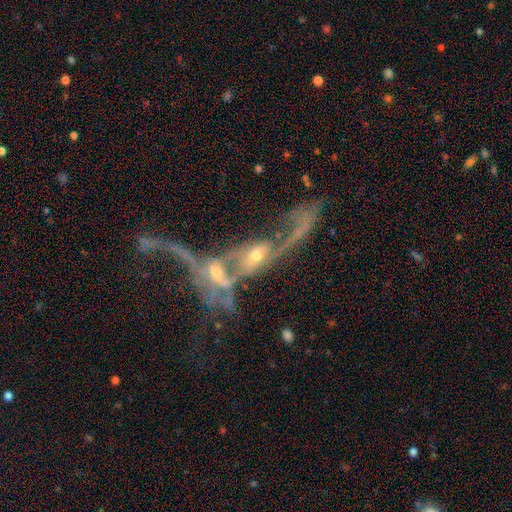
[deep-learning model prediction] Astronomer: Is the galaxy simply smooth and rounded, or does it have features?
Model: featured or disk — 77%.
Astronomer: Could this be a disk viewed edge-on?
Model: no — 85%.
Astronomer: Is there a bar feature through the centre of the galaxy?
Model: no — 59%.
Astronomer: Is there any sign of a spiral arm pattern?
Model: yes — 74%.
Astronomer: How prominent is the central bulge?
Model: moderate — 45% (runner-up: small, 43%).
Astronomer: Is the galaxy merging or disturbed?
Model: merger — 77%.